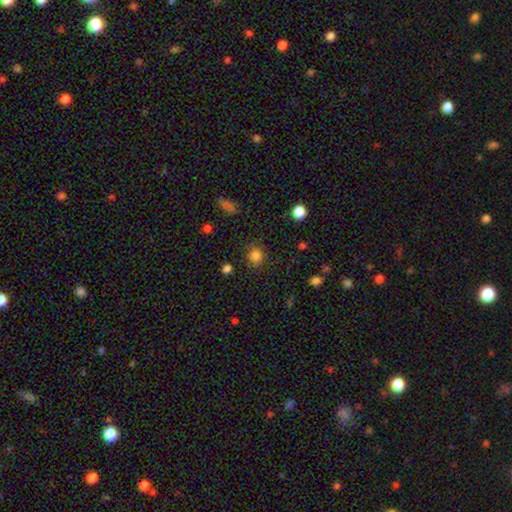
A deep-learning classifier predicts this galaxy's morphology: The model was most divided on "how rounded": round: 82%, in between: 17%, cigar-shaped: 1%. More confident: merging — none (84%); smooth or featured — smooth (82%).